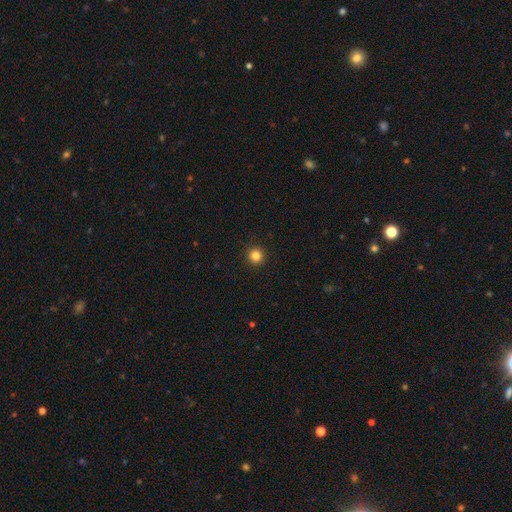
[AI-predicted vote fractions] A smooth galaxy with no disk features (84%) that is round (95%).

Vote fractions:
- Smooth or featured? smooth: 84% / star or artifact: 12% / featured or disk: 4%
- How rounded? round: 95% / in between: 4% / cigar-shaped: 1%
- Merging? none: 93% / minor disturbance: 4% / major disturbance: 2% / merger: 1%